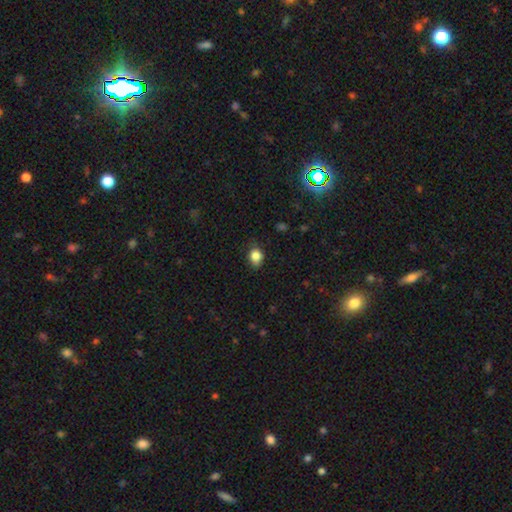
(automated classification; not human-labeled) smooth_or_featured: smooth (p=0.83) [alt: star or artifact p=0.10]
how_rounded: in between (p=0.55) [alt: round p=0.44]
merging: none (p=0.77) [alt: minor disturbance p=0.18]